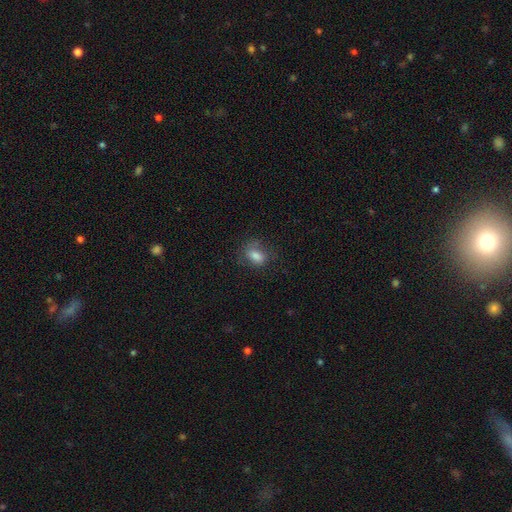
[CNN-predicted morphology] Smooth or featured: smooth — 78% (featured or disk — 11%)
How rounded: in between — 77% (round — 20%)
Merging: none — 65% (minor disturbance — 22%)